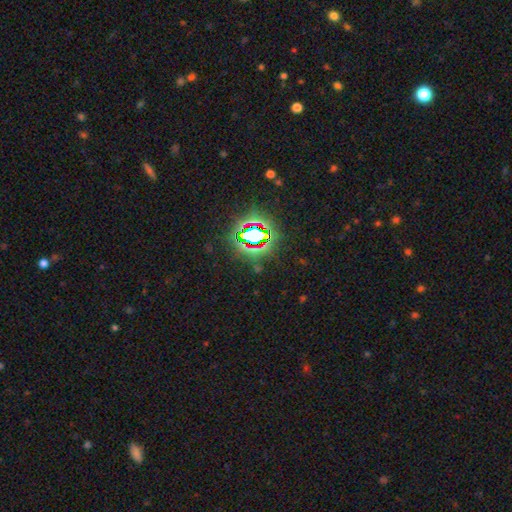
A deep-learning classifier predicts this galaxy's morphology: star or artifact 83%, smooth 10%, featured or disk 7%.